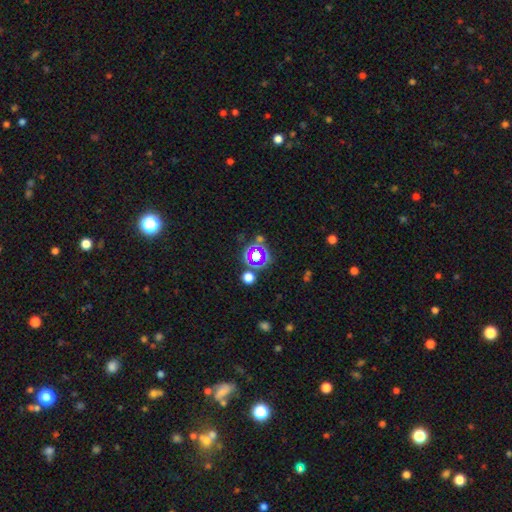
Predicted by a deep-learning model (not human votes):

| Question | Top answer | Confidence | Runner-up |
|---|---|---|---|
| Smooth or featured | star or artifact | 57% | smooth (29%) |